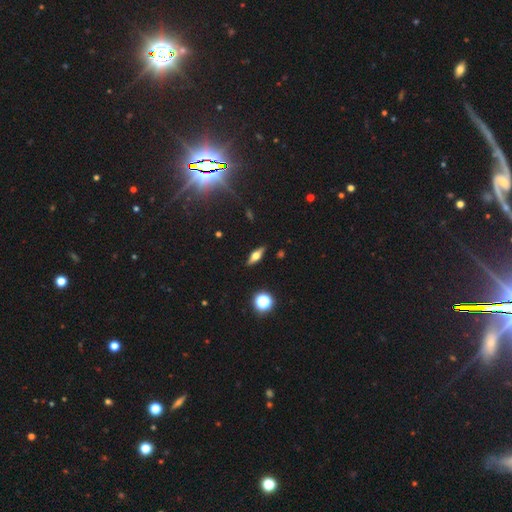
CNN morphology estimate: featured or disk 53%, smooth 37%, star or artifact 11%. Down the decision tree: edge-on disk — yes (91%); merging — none (88%).